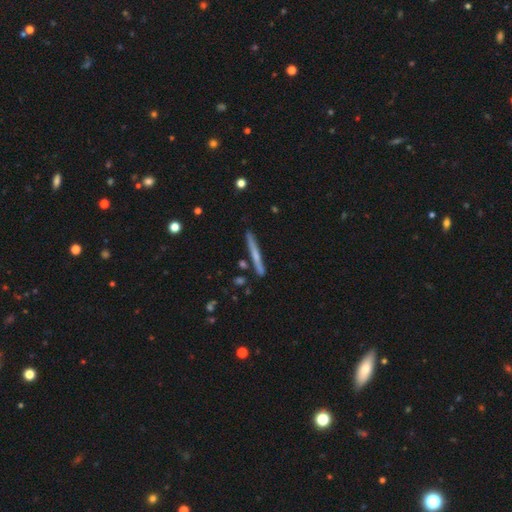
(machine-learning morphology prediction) The model was most divided on "smooth or featured": smooth: 50%, featured or disk: 44%, star or artifact: 6%. More confident: merging — none (86%).